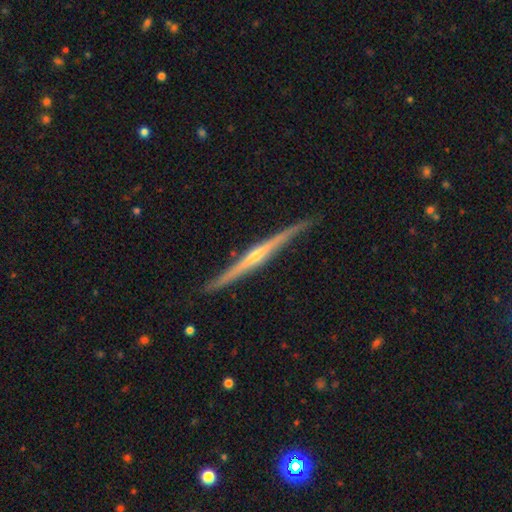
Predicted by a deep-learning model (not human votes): A featured or disk galaxy (83%) viewed edge-on (98%) with a rounded central bulge (68%).

Vote fractions:
- Smooth or featured? featured or disk: 83% / smooth: 12% / star or artifact: 5%
- Edge-on disk? yes: 98% / no: 2%
- Edge-on bulge? rounded: 68% / none: 25% / boxy: 7%
- Merging? none: 87% / minor disturbance: 10% / major disturbance: 2% / merger: 1%